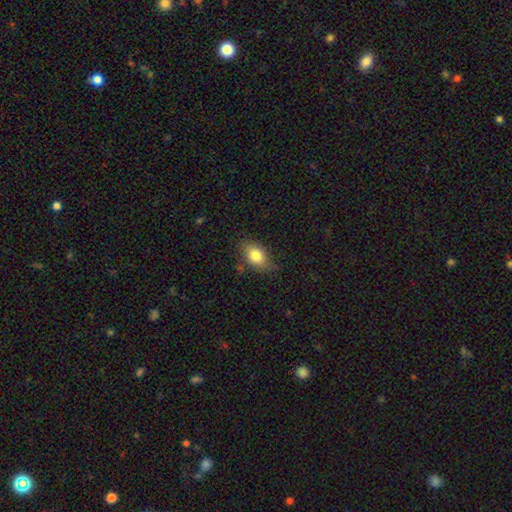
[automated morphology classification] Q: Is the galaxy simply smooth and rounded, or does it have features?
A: smooth — 80%.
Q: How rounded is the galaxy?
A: in between — 82%.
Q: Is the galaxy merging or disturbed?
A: none — 70%.